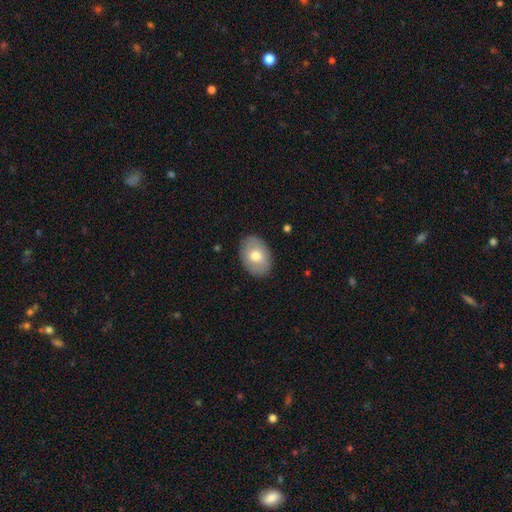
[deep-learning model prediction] smooth 73%, featured or disk 21%, star or artifact 6%. Down the decision tree: how rounded — in between (80%); merging — none (87%).